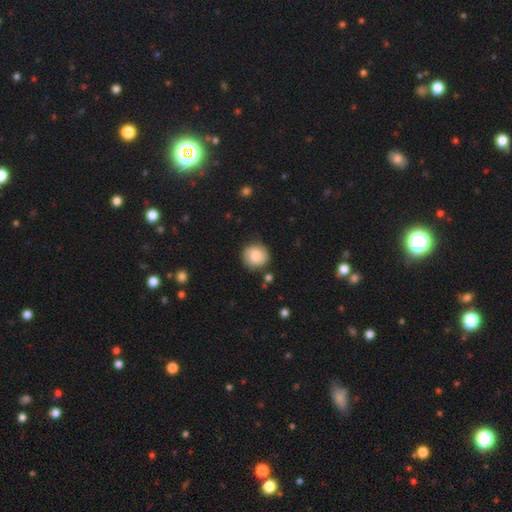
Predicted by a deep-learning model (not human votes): Q: Smooth or featured?
A: smooth (69%); runner-up: featured or disk (23%)
Q: How rounded?
A: round (89%); runner-up: in between (10%)
Q: Merging?
A: none (81%); runner-up: minor disturbance (13%)